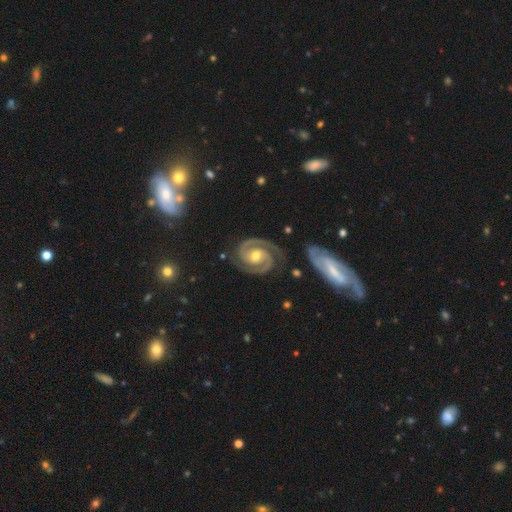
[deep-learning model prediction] The model was most divided on "bar": no: 55%, weak: 29%, strong: 16%. More confident: spiral arms — yes (99%); edge-on disk — no (98%); spiral arm count — 2 (94%); smooth or featured — featured or disk (93%); merging — none (80%); bulge size — moderate (68%); spiral winding — tight (63%).